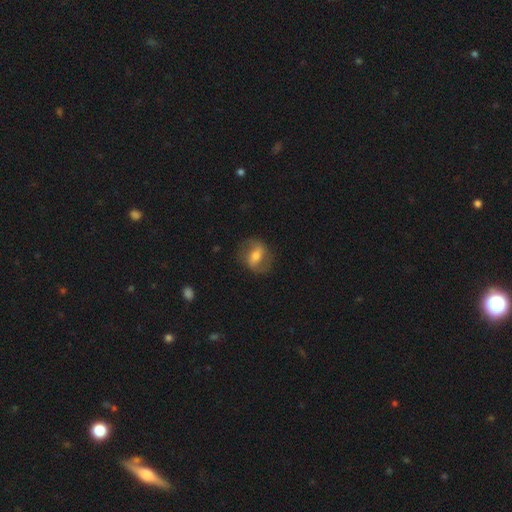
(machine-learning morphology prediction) This appears to be a featured or disk galaxy (56%) with a strong bar (48%), spiral arms (66%) and a moderate central bulge (60%). Merging: none (76%).